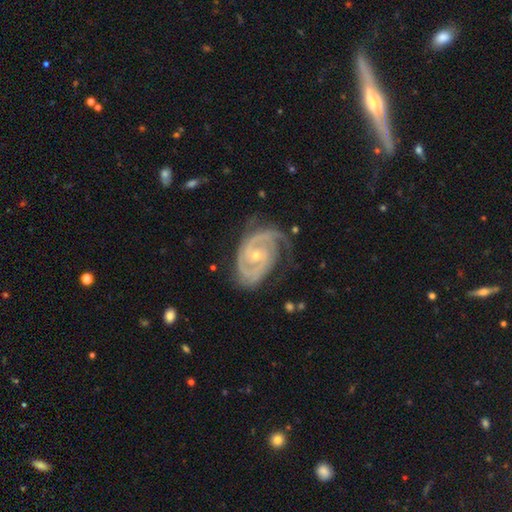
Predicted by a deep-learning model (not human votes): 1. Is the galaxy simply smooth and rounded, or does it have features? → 93% featured or disk, 4% star or artifact, 3% smooth.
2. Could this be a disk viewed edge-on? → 98% no, 2% yes.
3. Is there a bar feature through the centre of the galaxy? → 63% no, 28% weak, 9% strong.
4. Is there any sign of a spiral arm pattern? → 98% yes, 2% no.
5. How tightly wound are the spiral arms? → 66% tight, 29% medium, 4% loose.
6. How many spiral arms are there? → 66% 2, 17% 3, 7% can't tell, 3% 1, 3% 4, 3% more than 4.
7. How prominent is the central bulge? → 61% small, 36% moderate, 1% none, 1% large, 1% dominant.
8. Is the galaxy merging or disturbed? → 65% none, 23% minor disturbance, 10% major disturbance, 2% merger.